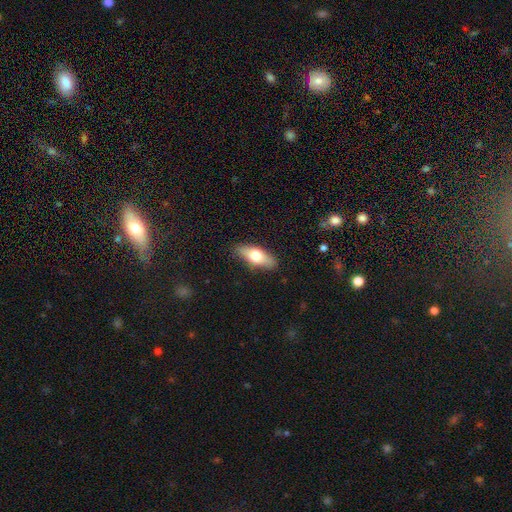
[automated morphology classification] type=smooth (65%); roundness=in between (72%); merging=none (86%).